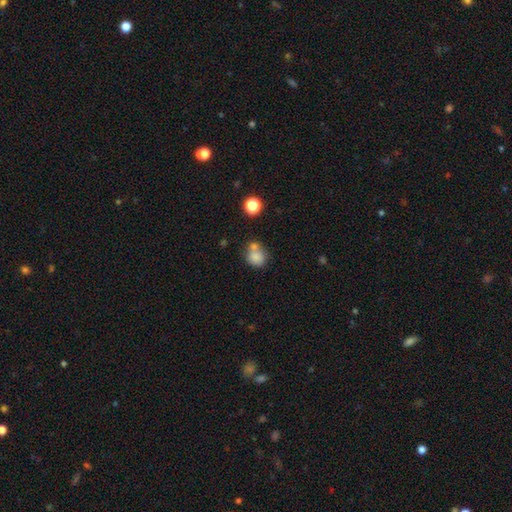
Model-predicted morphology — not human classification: Smooth or featured? Predicted: smooth (p=0.80). How rounded? Predicted: round (p=0.76). Merging? Predicted: none (p=0.47).